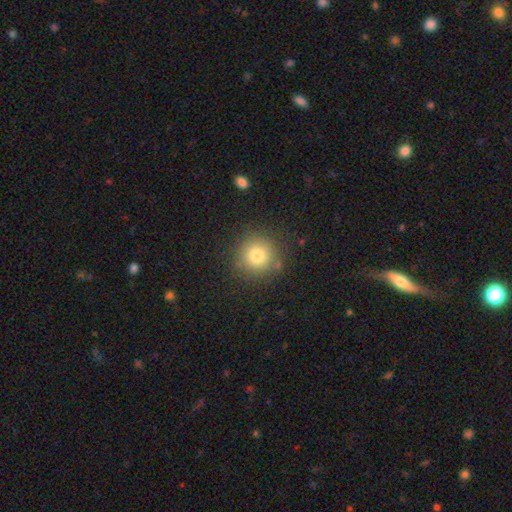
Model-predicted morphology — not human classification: Overall: smooth (78%). How rounded: round (94%). Merging: none (85%).